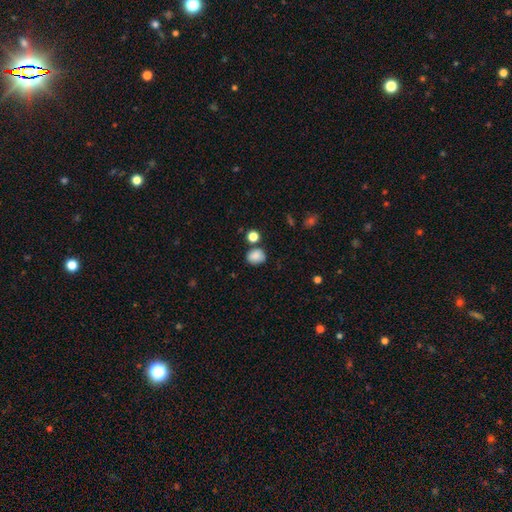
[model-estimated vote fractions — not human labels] Smooth or featured: smooth — 85% (star or artifact — 10%)
How rounded: round — 57% (in between — 42%)
Merging: none — 74% (minor disturbance — 14%)